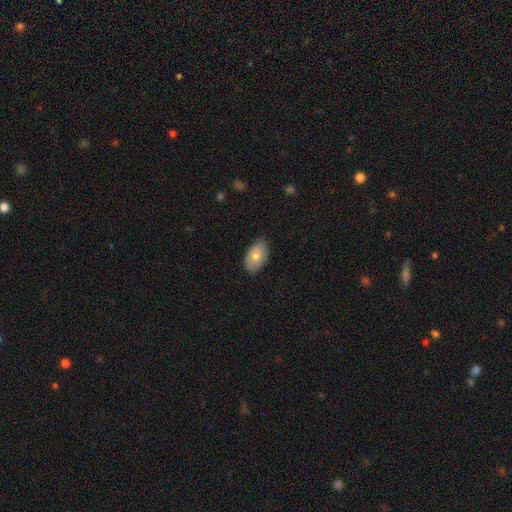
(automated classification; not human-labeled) Smooth or featured?
  - smooth: 73% *
  - featured or disk: 21%
  - star or artifact: 6%
How rounded?
  - in between: 93% *
  - round: 6%
  - cigar-shaped: 1%
Merging?
  - none: 82% *
  - minor disturbance: 15%
  - major disturbance: 2%
  - merger: 1%